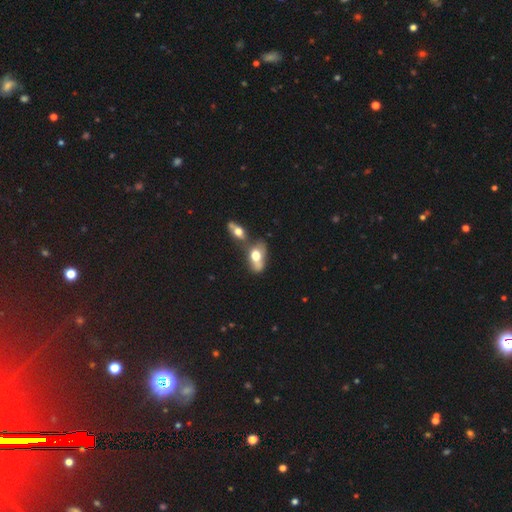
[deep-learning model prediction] A smooth galaxy with no disk features (60%) that is in between round and cigar-shaped (86%). Merging: merger (55%).